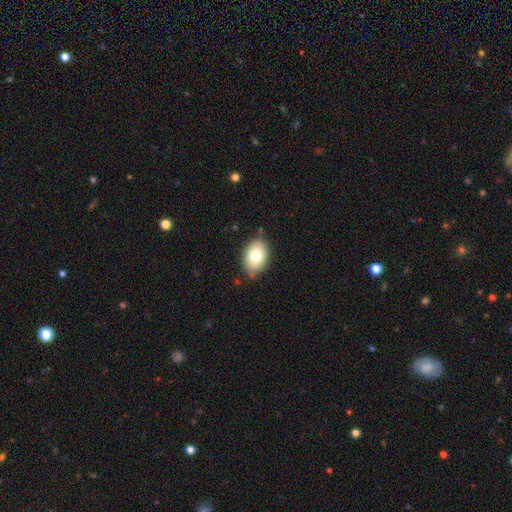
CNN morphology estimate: Smooth or featured?
  - smooth: 78% *
  - featured or disk: 14%
  - star or artifact: 8%
How rounded?
  - in between: 81% *
  - round: 18%
  - cigar-shaped: 1%
Merging?
  - none: 79% *
  - minor disturbance: 16%
  - major disturbance: 3%
  - merger: 2%